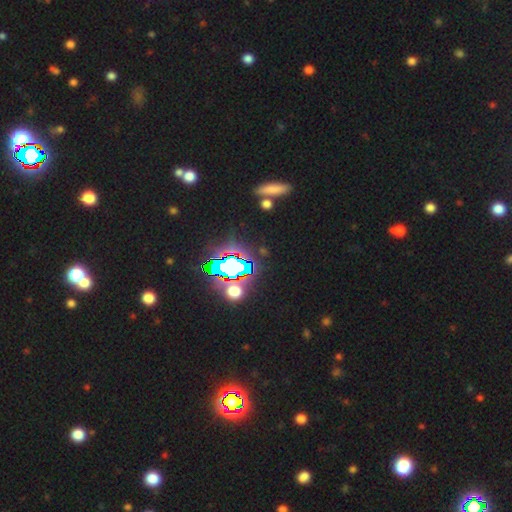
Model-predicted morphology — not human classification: A star or artifact, not a galaxy (77%).

Vote fractions:
- Smooth or featured? star or artifact: 77% / smooth: 14% / featured or disk: 9%